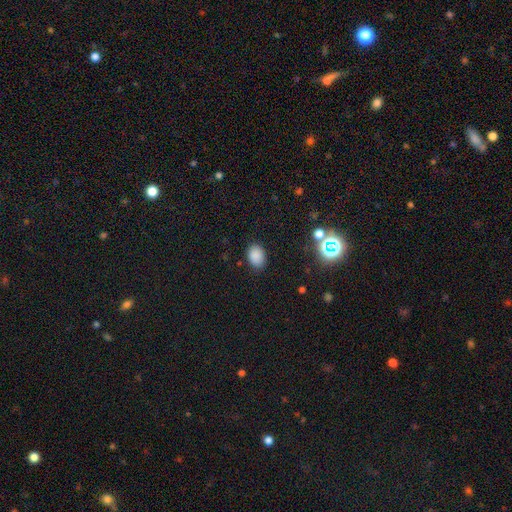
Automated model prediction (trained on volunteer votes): smooth_or_featured: smooth (p=0.85) [alt: star or artifact p=0.12]
how_rounded: in between (p=0.74) [alt: round p=0.25]
merging: none (p=0.86) [alt: minor disturbance p=0.10]